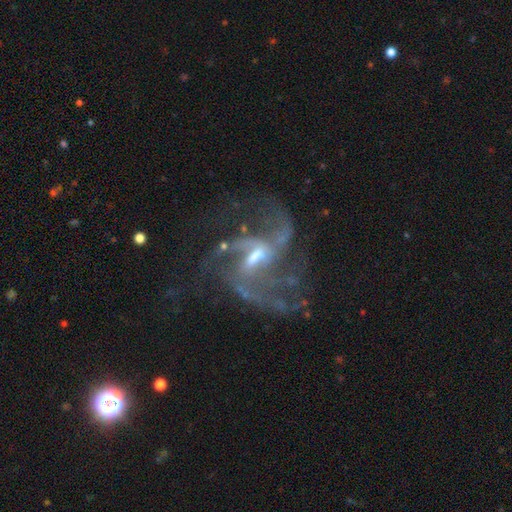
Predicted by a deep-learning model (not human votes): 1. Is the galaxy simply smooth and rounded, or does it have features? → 87% featured or disk, 8% star or artifact, 5% smooth.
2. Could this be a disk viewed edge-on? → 97% no, 3% yes.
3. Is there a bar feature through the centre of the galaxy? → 53% weak, 27% strong, 20% no.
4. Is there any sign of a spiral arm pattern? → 93% yes, 7% no.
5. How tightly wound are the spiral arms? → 52% loose, 38% medium, 10% tight.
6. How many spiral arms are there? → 33% 2, 27% 3, 16% can't tell, 10% 4, 7% 1, 6% more than 4.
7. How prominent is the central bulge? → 48% moderate, 37% small, 8% none, 5% large, 1% dominant.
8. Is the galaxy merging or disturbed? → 42% none, 37% major disturbance, 15% minor disturbance, 6% merger.